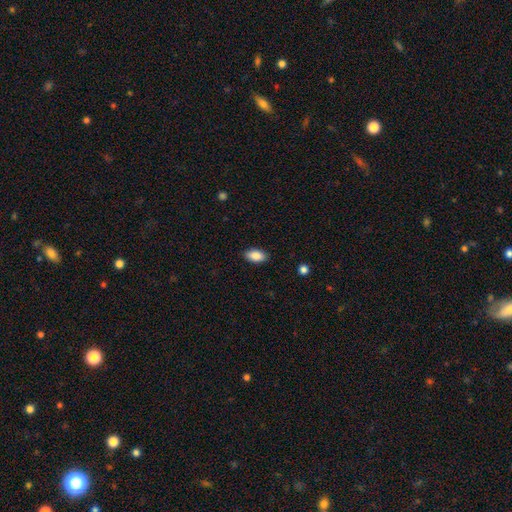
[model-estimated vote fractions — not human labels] This is clearly a smooth galaxy (87%). How rounded: clearly in between (93%). Merging: clearly none (88%).